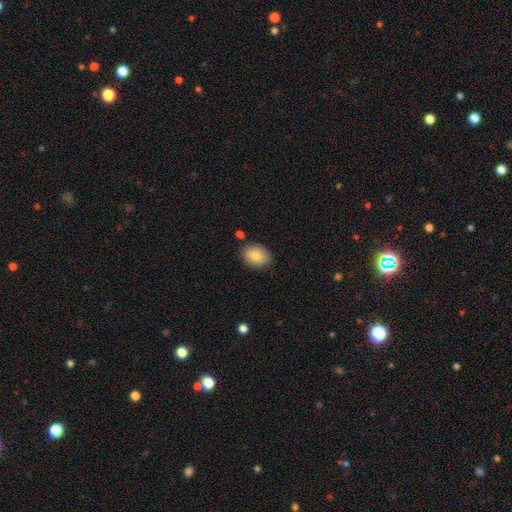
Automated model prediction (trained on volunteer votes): Q: Smooth or featured?
A: smooth (83%); runner-up: featured or disk (10%)
Q: How rounded?
A: in between (68%); runner-up: round (31%)
Q: Merging?
A: none (82%); runner-up: minor disturbance (12%)